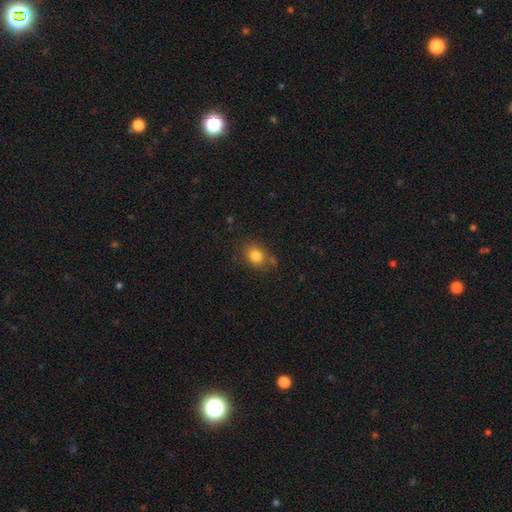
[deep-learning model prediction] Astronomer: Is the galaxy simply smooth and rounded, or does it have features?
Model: smooth — 82%.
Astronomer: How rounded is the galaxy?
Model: round — 52% (runner-up: in between, 47%).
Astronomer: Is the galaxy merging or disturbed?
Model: none — 72%.